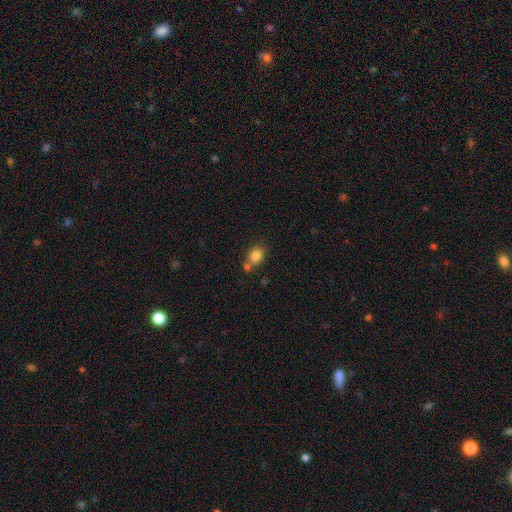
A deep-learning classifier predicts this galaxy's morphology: A smooth galaxy with no disk features (82%) that is round (51%). Merging: none (54%).